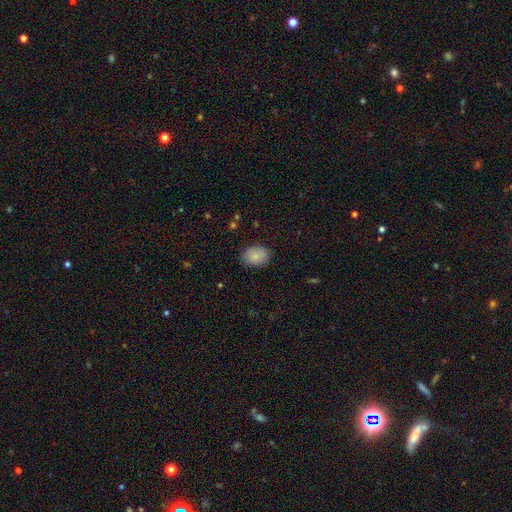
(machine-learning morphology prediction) type=smooth (86%); roundness=in between (66%); merging=none (84%).